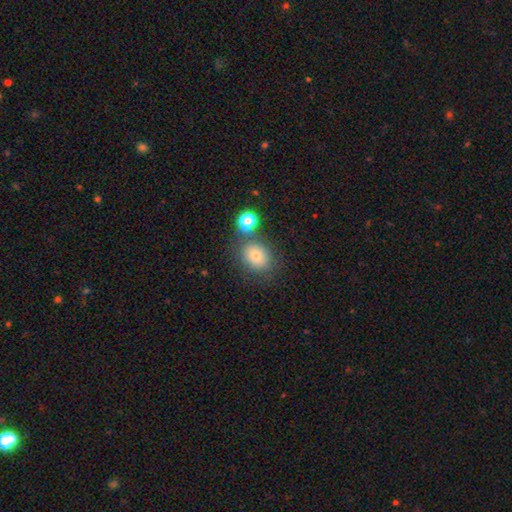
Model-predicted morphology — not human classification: Q: Smooth or featured?
A: smooth (75%); runner-up: star or artifact (13%)
Q: How rounded?
A: round (58%); runner-up: in between (41%)
Q: Merging?
A: none (69%); runner-up: merger (13%)